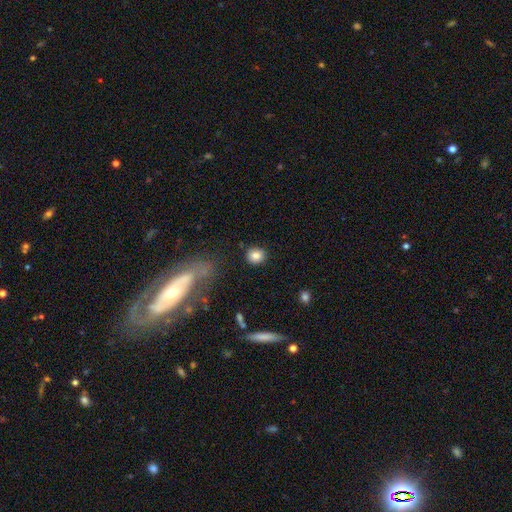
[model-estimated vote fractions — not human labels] smooth-or-featured: smooth: 85% | star or artifact: 10% | featured or disk: 6%
  how-rounded: round: 79% | in between: 20% | cigar-shaped: 1%
  merging: none: 86% | minor disturbance: 8% | major disturbance: 3% | merger: 3%